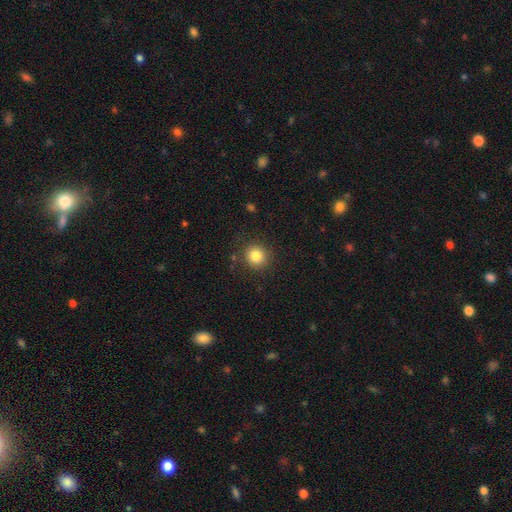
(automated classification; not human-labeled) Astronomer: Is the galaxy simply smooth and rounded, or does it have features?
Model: smooth — 83%.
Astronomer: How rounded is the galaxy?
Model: round — 89%.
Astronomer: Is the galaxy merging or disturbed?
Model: none — 87%.